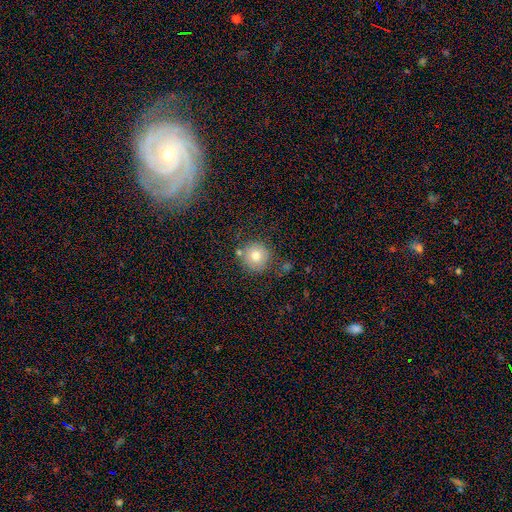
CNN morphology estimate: This appears to be a smooth galaxy with no disk features (76%) that is round (95%). Merging: none (78%).